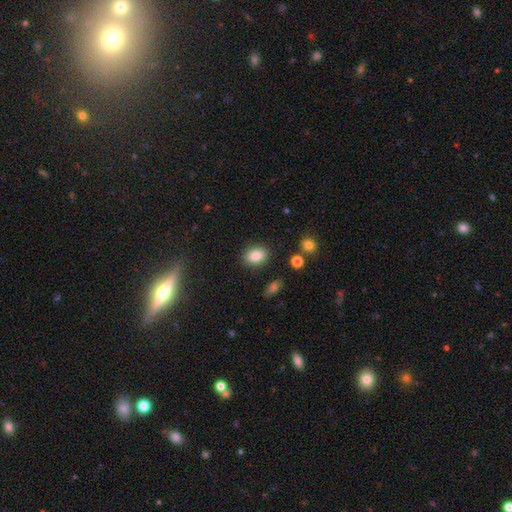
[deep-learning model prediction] Smooth or featured? Predicted: smooth (p=0.86). How rounded? Predicted: in between (p=0.71). Merging? Predicted: none (p=0.86).